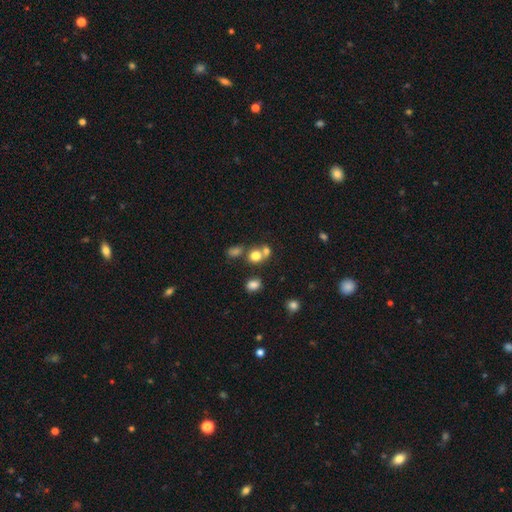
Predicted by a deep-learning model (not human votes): A smooth galaxy with no disk features (74%) that is round (74%).

Vote fractions:
- Smooth or featured? smooth: 74% / star or artifact: 15% / featured or disk: 11%
- How rounded? round: 74% / in between: 25% / cigar-shaped: 1%
- Merging? none: 45% / merger: 42% / minor disturbance: 9% / major disturbance: 5%